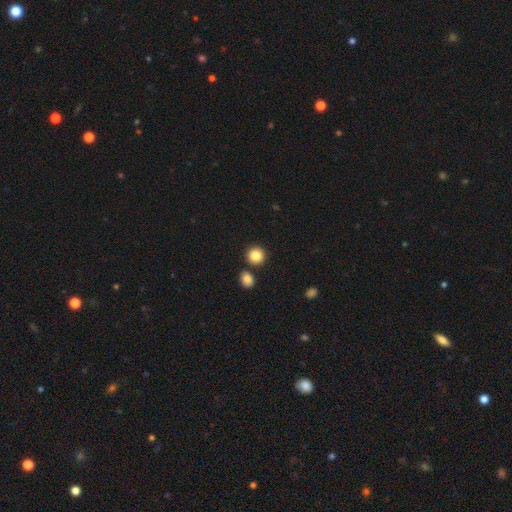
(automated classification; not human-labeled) Q: Smooth or featured?
A: smooth (85%); runner-up: star or artifact (10%)
Q: How rounded?
A: round (91%); runner-up: in between (8%)
Q: Merging?
A: none (83%); runner-up: merger (9%)